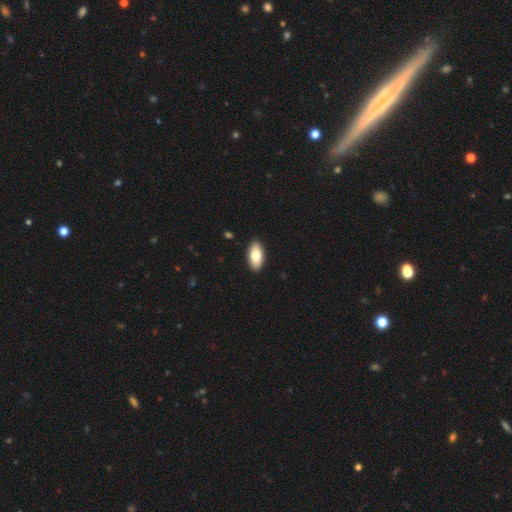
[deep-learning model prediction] Smooth or featured? smooth (80%)
How rounded? in between (92%)
Merging? none (91%)